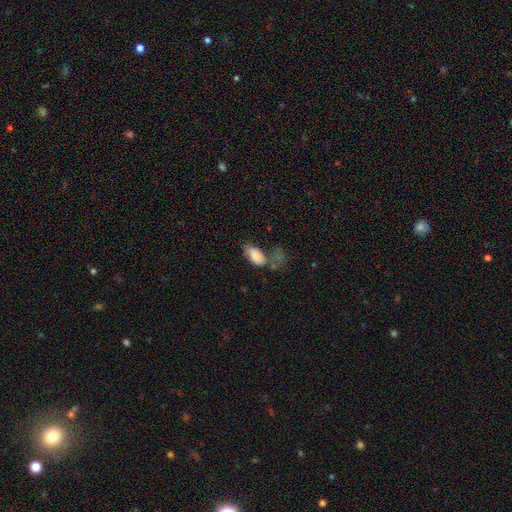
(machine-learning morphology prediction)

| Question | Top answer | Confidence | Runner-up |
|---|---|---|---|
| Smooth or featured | smooth | 76% | featured or disk (16%) |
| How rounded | in between | 92% | cigar-shaped (4%) |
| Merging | none | 31% | minor disturbance (23%) |